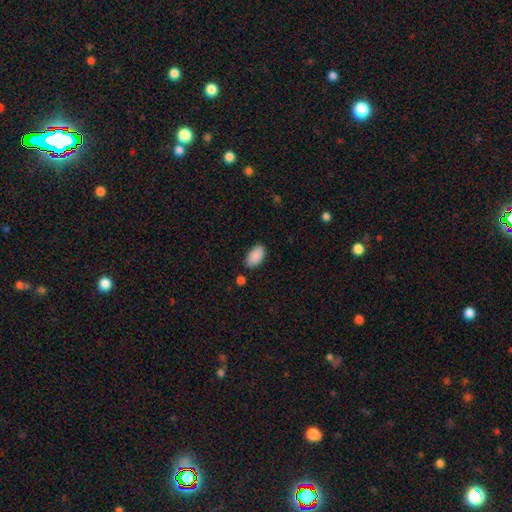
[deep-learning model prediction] Smooth or featured: smooth — 90% (star or artifact — 7%)
How rounded: in between — 95% (round — 3%)
Merging: none — 80% (minor disturbance — 14%)